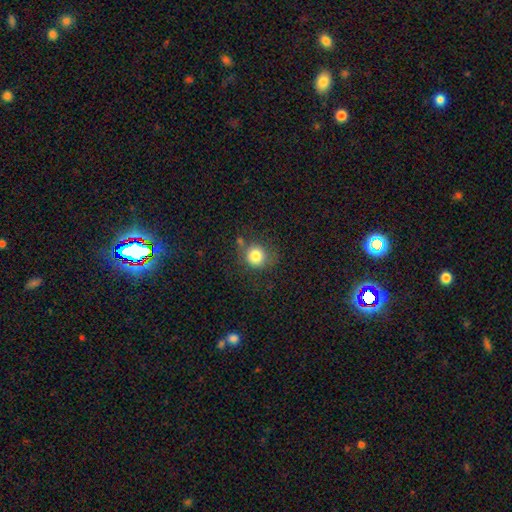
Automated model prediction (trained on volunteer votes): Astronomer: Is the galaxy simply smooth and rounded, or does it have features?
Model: smooth — 82%.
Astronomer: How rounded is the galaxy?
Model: round — 88%.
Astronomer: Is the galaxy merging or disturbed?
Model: none — 69%.